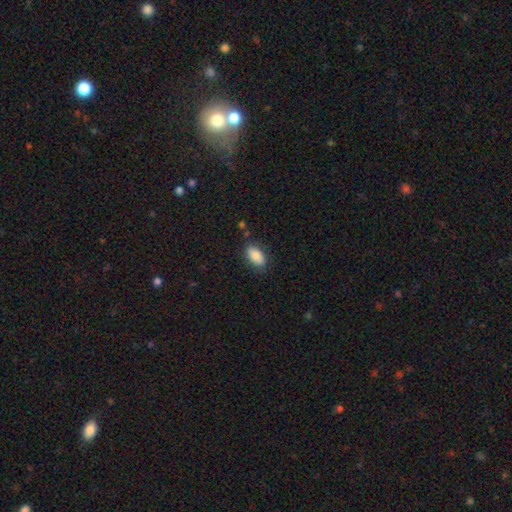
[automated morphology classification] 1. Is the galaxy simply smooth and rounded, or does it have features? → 85% smooth, 8% featured or disk, 7% star or artifact.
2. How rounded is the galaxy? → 92% in between, 5% round, 3% cigar-shaped.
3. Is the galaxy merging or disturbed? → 80% none, 15% minor disturbance, 4% major disturbance, 2% merger.